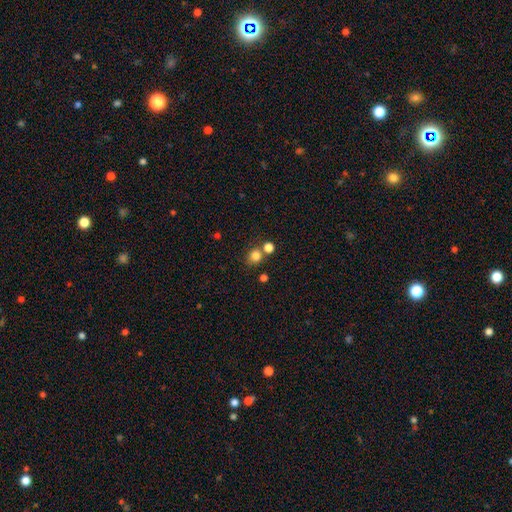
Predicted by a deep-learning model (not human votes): Overall: smooth (81%). How rounded: round (79%). Merging: none (65%).